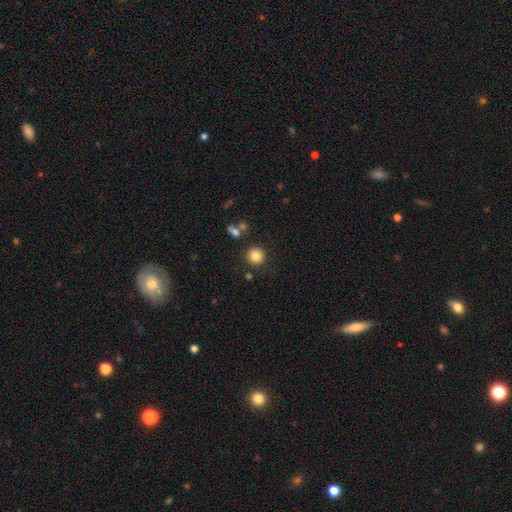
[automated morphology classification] smooth_or_featured: smooth (p=0.83) [alt: star or artifact p=0.11]
how_rounded: round (p=0.94) [alt: in between p=0.05]
merging: none (p=0.86) [alt: minor disturbance p=0.07]